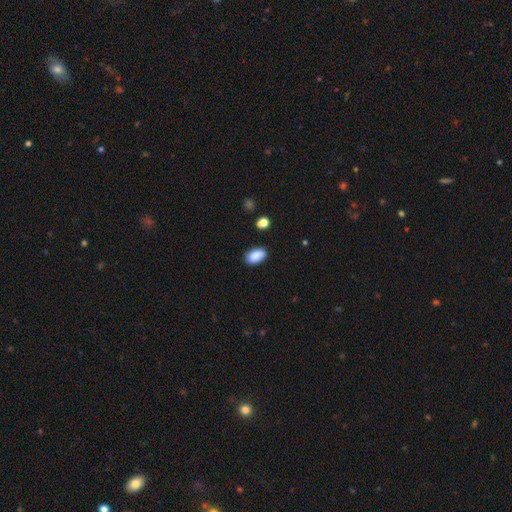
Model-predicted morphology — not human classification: The model was most divided on "merging": none: 81%, minor disturbance: 14%, major disturbance: 3%, merger: 2%. More confident: how rounded — in between (92%); smooth or featured — smooth (88%).